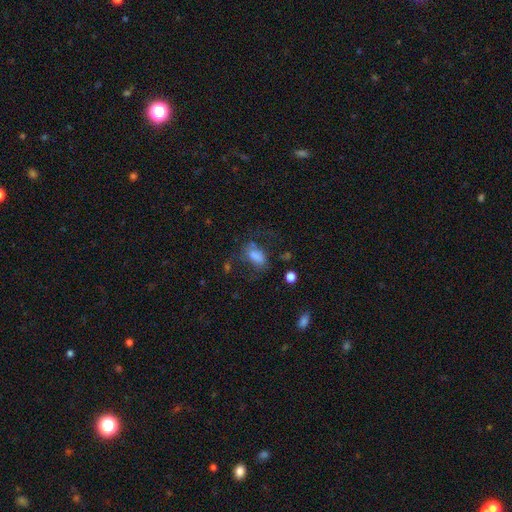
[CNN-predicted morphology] This appears to be a smooth galaxy with no disk features (69%) that is in between round and cigar-shaped (87%). Merging: none (36%).